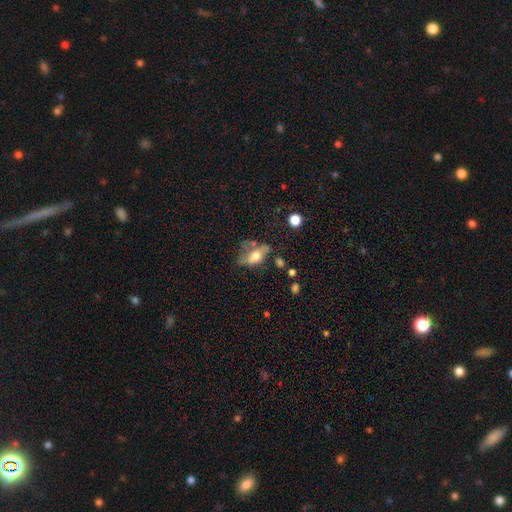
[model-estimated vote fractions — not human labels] Smooth or featured?
  - smooth: 55% *
  - featured or disk: 36%
  - star or artifact: 9%
How rounded?
  - in between: 81% *
  - round: 10%
  - cigar-shaped: 9%
Merging?
  - major disturbance: 32% *
  - none: 29%
  - minor disturbance: 25%
  - merger: 14%